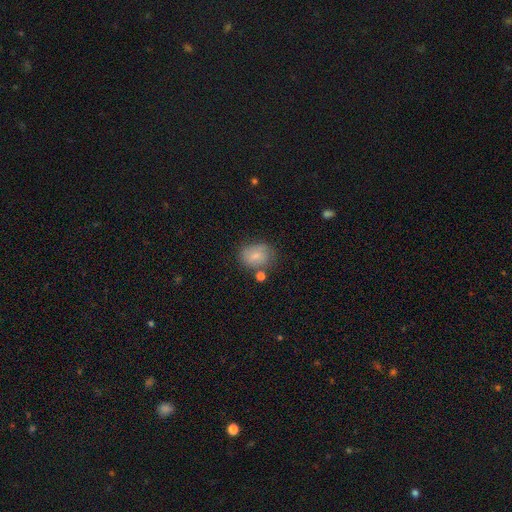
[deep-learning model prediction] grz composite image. It shows a smooth galaxy with no disk features (77%) that is in between round and cigar-shaped (53%). Merging: none (60%).